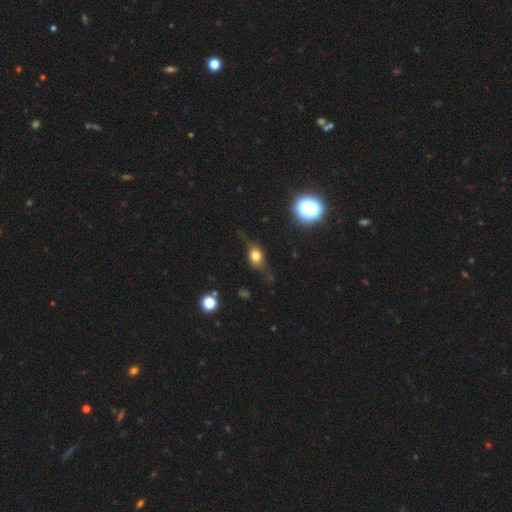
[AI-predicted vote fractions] Morphology: type=smooth (52%); roundness=in between (56%); merging=none (63%).